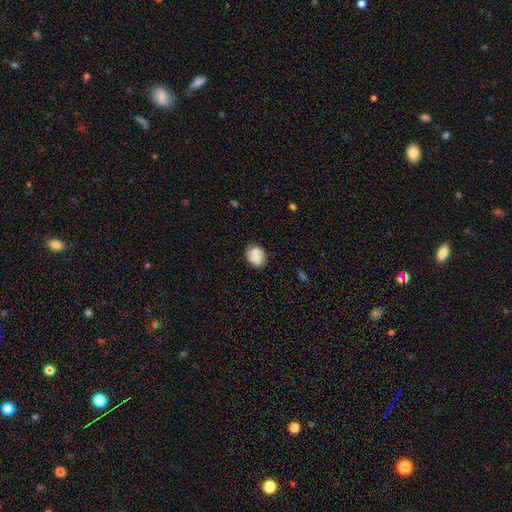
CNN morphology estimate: type=smooth (81%); roundness=round (57%); merging=none (80%).